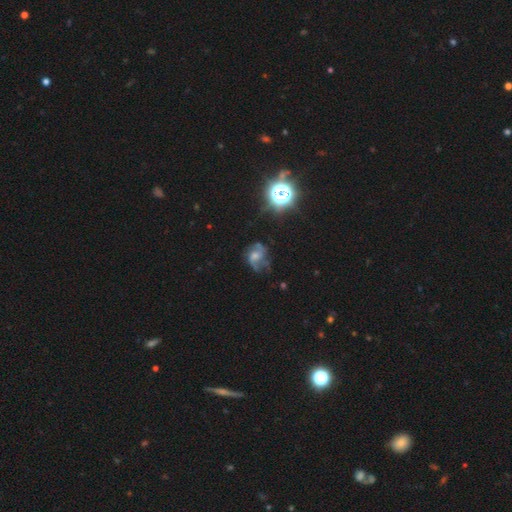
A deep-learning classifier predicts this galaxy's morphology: Smooth or featured: featured or disk — 63% (smooth — 21%)
Edge-on disk: no — 97% (yes — 3%)
Bar: no — 67% (weak — 28%)
Spiral arms: yes — 81% (no — 19%)
Bulge size: moderate — 43% (small — 33%)
Merging: none — 49% (major disturbance — 24%)